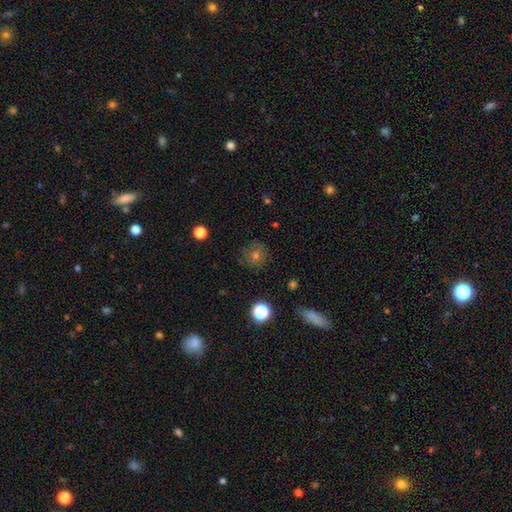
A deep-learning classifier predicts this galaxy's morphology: A smooth galaxy with no disk features (50%) that is round (90%). Merging: none (82%).